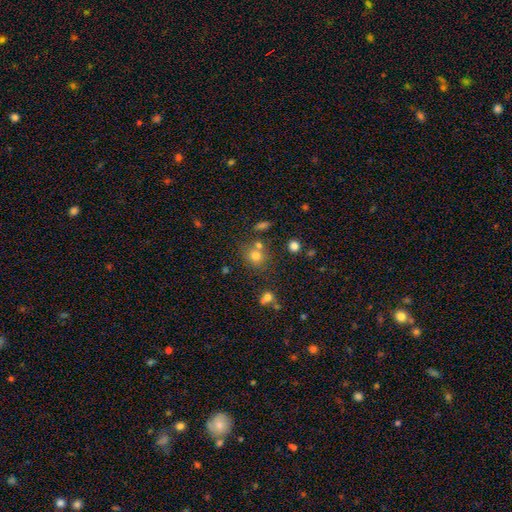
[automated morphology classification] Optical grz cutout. It shows a smooth galaxy with no disk features (72%) that is round (76%). Merging: none (61%).